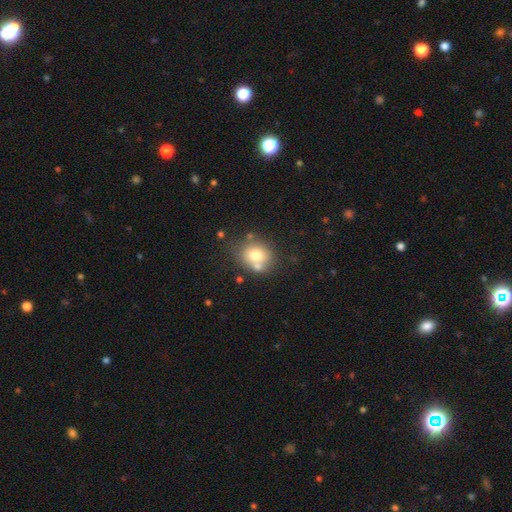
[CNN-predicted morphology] A smooth galaxy with no disk features (73%) that is round (61%).

Vote fractions:
- Smooth or featured? smooth: 73% / featured or disk: 16% / star or artifact: 10%
- How rounded? round: 61% / in between: 39% / cigar-shaped: 1%
- Merging? none: 58% / merger: 21% / minor disturbance: 16% / major disturbance: 5%